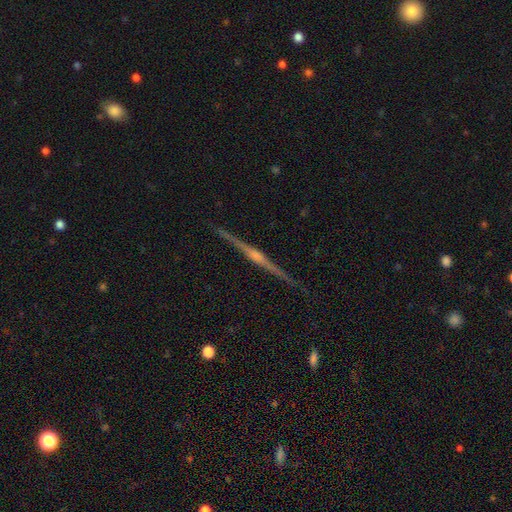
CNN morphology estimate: featured or disk 88%, smooth 7%, star or artifact 5%. Down the decision tree: edge-on disk — yes (99%); edge-on bulge — rounded (81%); merging — none (92%).